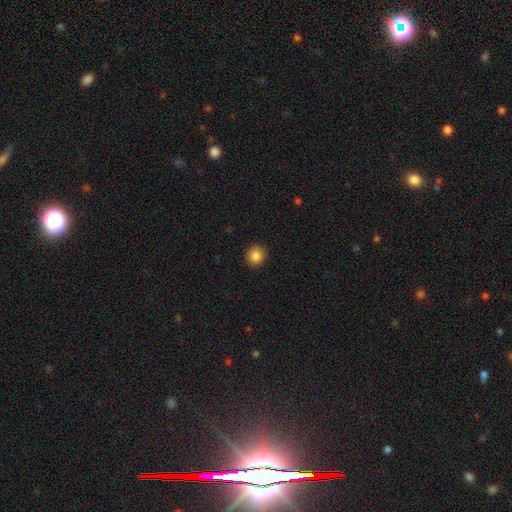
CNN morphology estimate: Smooth or featured? smooth (86%)
How rounded? round (89%)
Merging? none (92%)